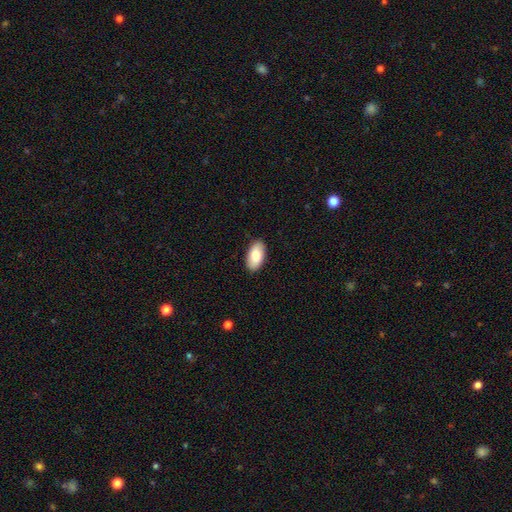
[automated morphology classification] Smooth or featured? smooth (82%)
How rounded? in between (95%)
Merging? none (89%)